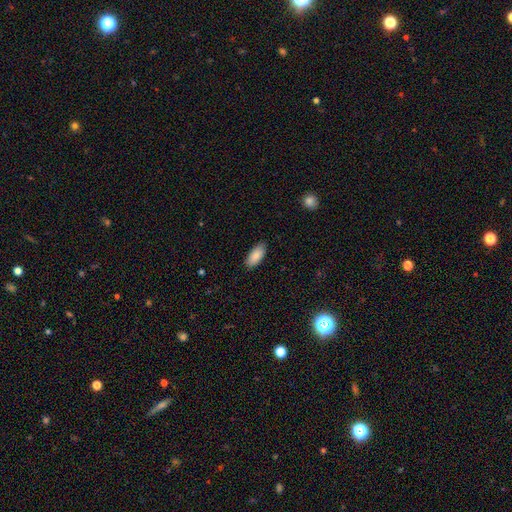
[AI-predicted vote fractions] This is clearly a smooth galaxy (88%). How rounded: clearly in between (89%). Merging: clearly none (87%).